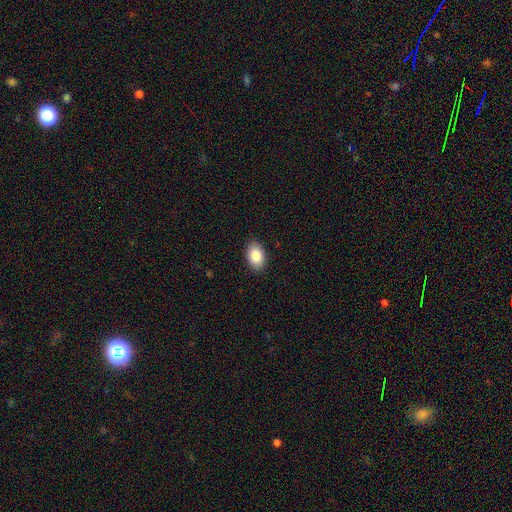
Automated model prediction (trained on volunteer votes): The model was most divided on "smooth or featured": smooth: 86%, star or artifact: 7%, featured or disk: 6%. More confident: how rounded — in between (89%); merging — none (89%).